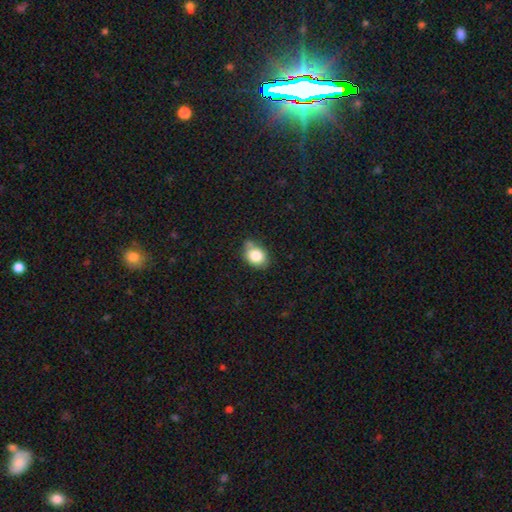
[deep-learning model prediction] Q: Smooth or featured?
A: smooth (82%); runner-up: star or artifact (9%)
Q: How rounded?
A: in between (52%); runner-up: round (47%)
Q: Merging?
A: none (64%); runner-up: minor disturbance (23%)